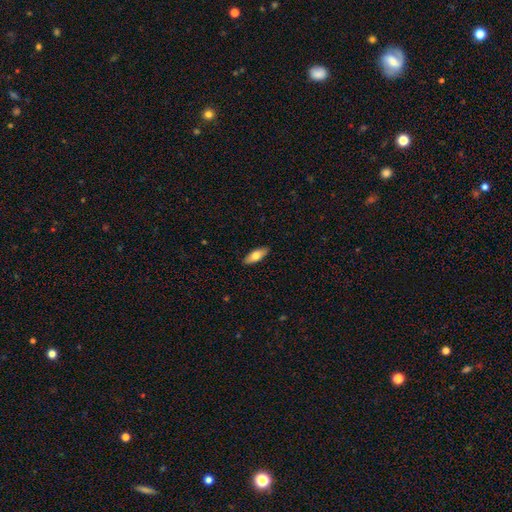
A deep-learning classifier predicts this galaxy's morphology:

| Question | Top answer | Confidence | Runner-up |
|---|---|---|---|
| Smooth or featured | smooth | 72% | featured or disk (22%) |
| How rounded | in between | 70% | cigar-shaped (28%) |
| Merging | none | 89% | minor disturbance (8%) |